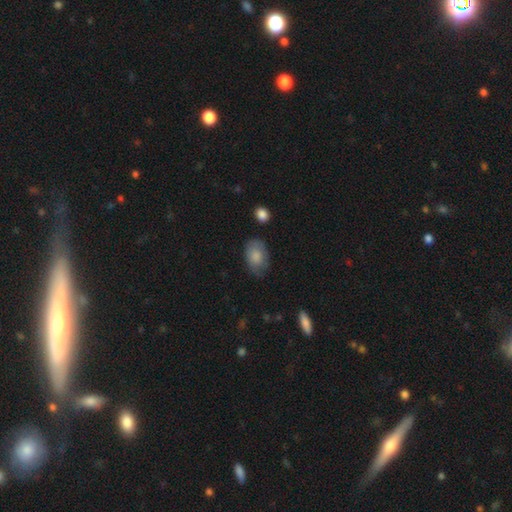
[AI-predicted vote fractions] This is clearly a smooth galaxy (81%). How rounded: clearly in between (87%). Merging: likely none (67%).